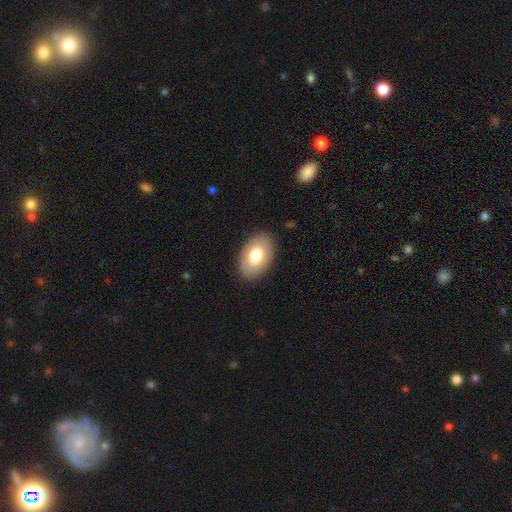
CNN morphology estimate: Q: Smooth or featured?
A: smooth (74%); runner-up: featured or disk (19%)
Q: How rounded?
A: in between (90%); runner-up: round (9%)
Q: Merging?
A: none (88%); runner-up: minor disturbance (9%)